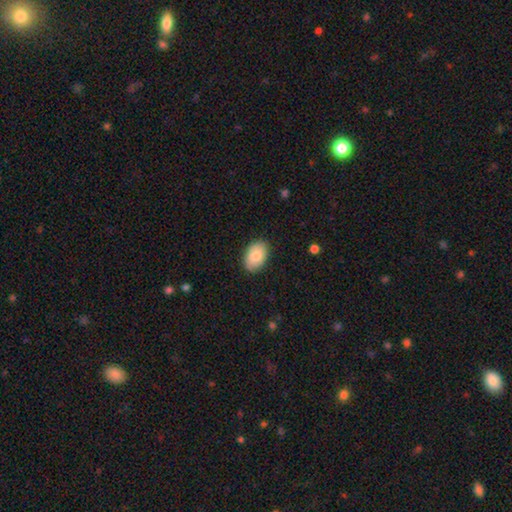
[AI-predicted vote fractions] smooth 85%, featured or disk 9%, star or artifact 6%. Down the decision tree: how rounded — in between (92%); merging — none (87%).